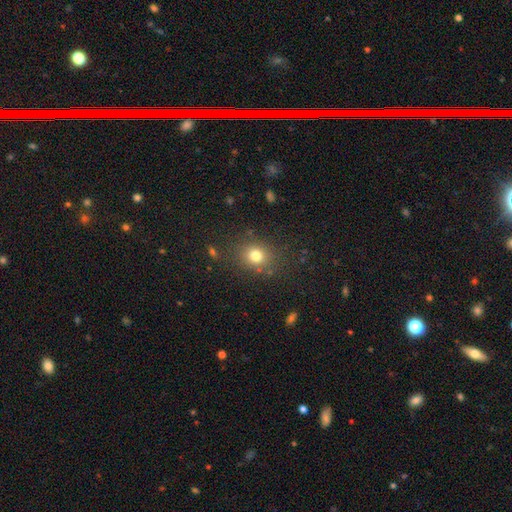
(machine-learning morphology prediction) The model was most divided on "how rounded": round: 68%, in between: 31%, cigar-shaped: 1%. More confident: merging — none (82%); smooth or featured — smooth (78%).